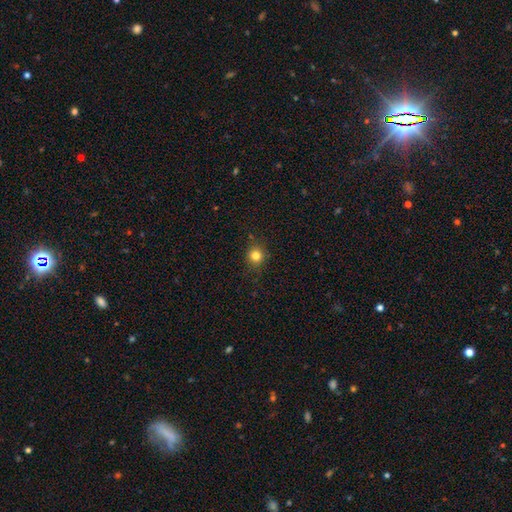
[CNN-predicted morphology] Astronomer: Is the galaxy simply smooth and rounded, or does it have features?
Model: smooth — 81%.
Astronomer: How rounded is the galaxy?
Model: round — 89%.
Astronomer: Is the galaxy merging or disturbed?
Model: none — 86%.